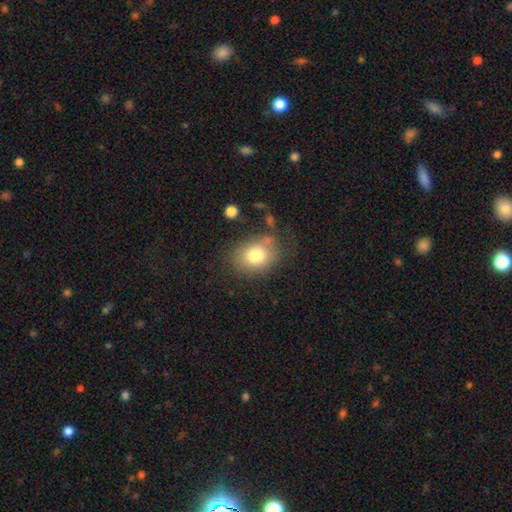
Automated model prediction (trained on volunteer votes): smooth_or_featured: smooth (p=0.77) [alt: featured or disk p=0.13]
how_rounded: in between (p=0.51) [alt: round p=0.48]
merging: none (p=0.66) [alt: minor disturbance p=0.20]